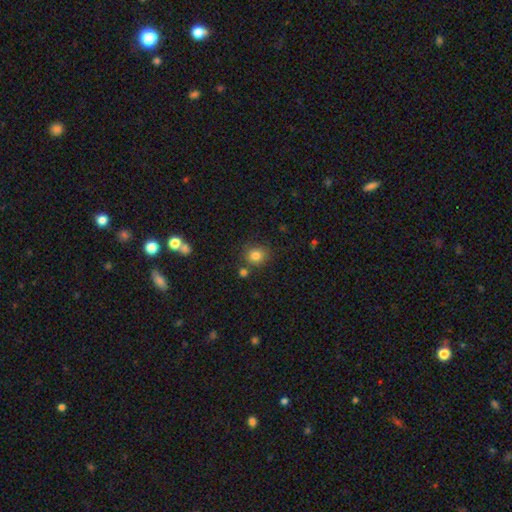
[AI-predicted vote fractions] The model was most divided on "how rounded": round: 81%, in between: 18%, cigar-shaped: 1%. More confident: smooth or featured — smooth (81%); merging — none (75%).